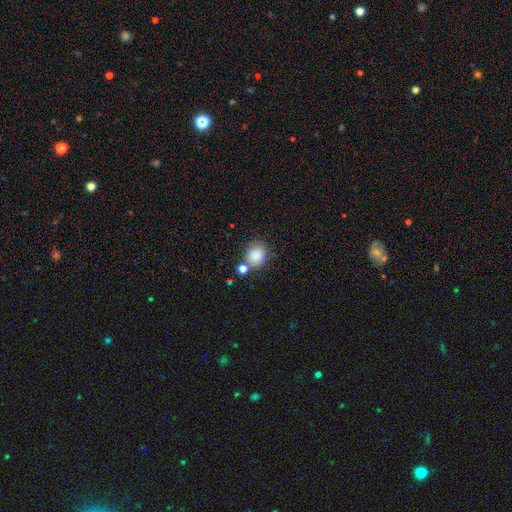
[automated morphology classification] A smooth galaxy with no disk features (85%) that is round (65%).

Vote fractions:
- Smooth or featured? smooth: 85% / star or artifact: 9% / featured or disk: 6%
- How rounded? round: 65% / in between: 34% / cigar-shaped: 1%
- Merging? none: 63% / merger: 19% / minor disturbance: 13% / major disturbance: 5%